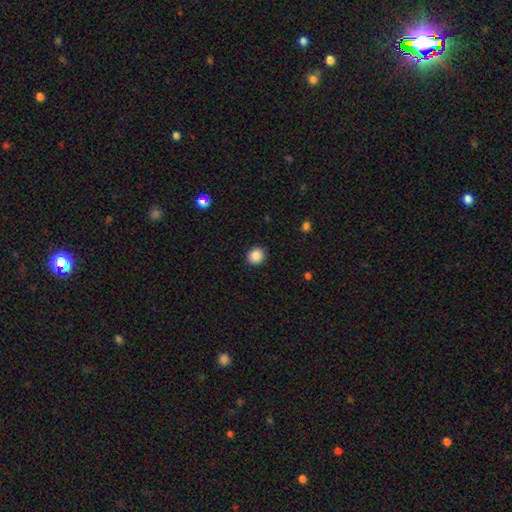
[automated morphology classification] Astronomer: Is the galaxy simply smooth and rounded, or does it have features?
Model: smooth — 87%.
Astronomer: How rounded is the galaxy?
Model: round — 86%.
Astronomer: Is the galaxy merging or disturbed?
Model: none — 91%.